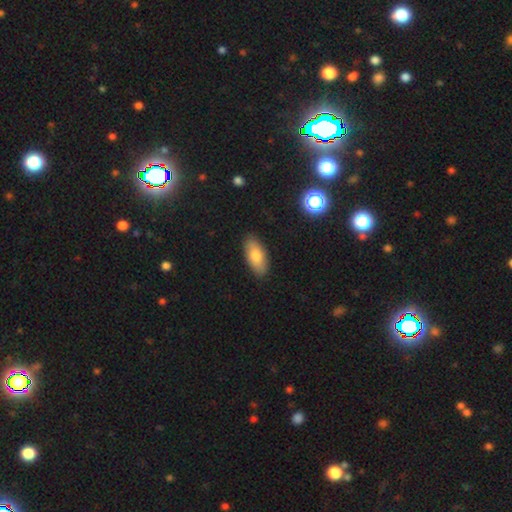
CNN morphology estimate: A smooth galaxy with no disk features (75%) that is in between round and cigar-shaped (88%).

Vote fractions:
- Smooth or featured? smooth: 75% / featured or disk: 18% / star or artifact: 7%
- How rounded? in between: 88% / cigar-shaped: 10% / round: 3%
- Merging? none: 88% / minor disturbance: 9% / major disturbance: 2% / merger: 1%